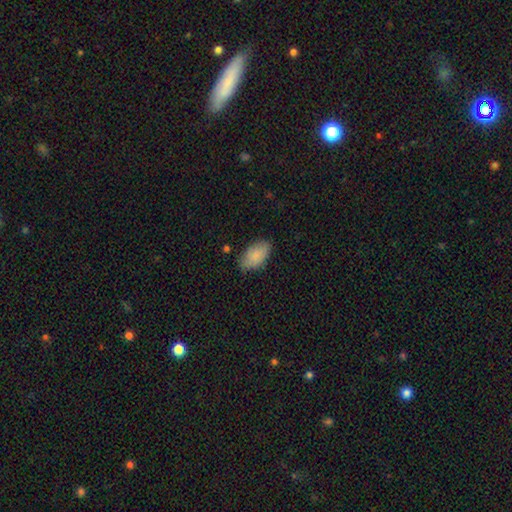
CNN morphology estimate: A smooth galaxy with no disk features (85%) that is in between round and cigar-shaped (94%). Merging: none (76%).